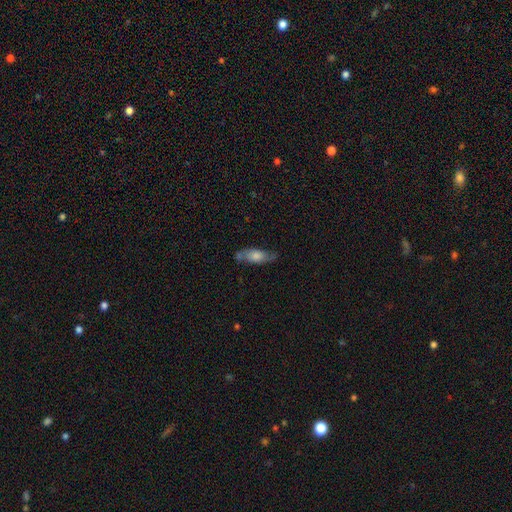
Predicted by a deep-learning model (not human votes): This is possibly a smooth galaxy (56%). How rounded: likely in between (69%). Merging: likely none (60%).